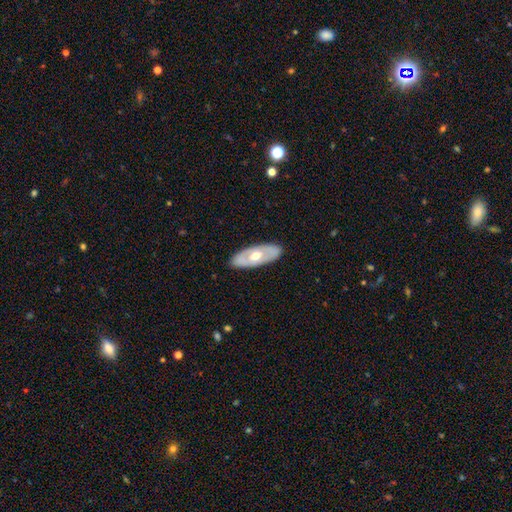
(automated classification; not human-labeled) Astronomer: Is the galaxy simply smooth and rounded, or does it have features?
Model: featured or disk — 55% (runner-up: smooth, 40%).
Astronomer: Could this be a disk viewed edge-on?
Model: no — 78%.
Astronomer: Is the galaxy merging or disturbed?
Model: none — 86%.